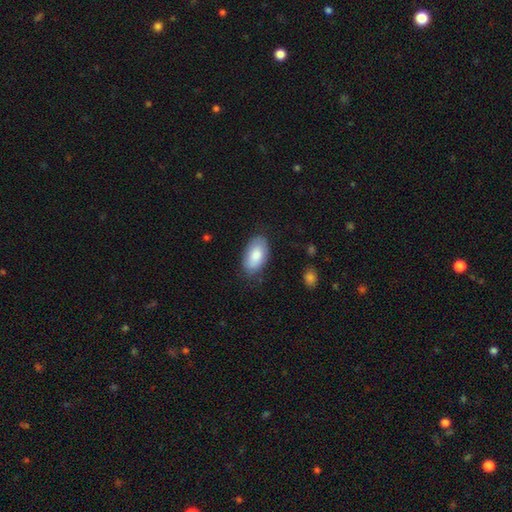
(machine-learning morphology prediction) The model was most divided on "merging": none: 75%, minor disturbance: 19%, major disturbance: 5%, merger: 1%. More confident: how rounded — in between (95%); smooth or featured — smooth (79%).